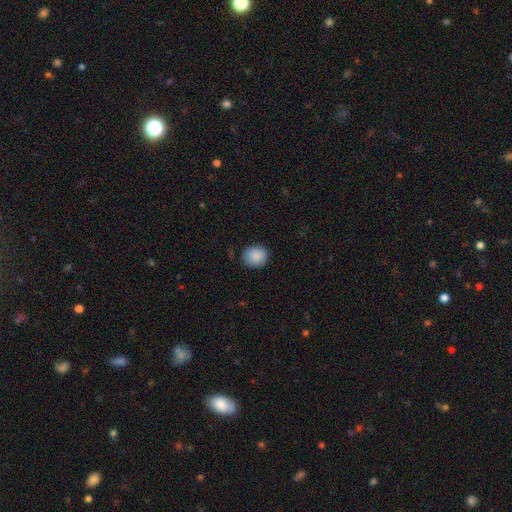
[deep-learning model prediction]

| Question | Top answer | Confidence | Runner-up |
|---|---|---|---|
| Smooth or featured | smooth | 89% | star or artifact (8%) |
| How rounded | round | 75% | in between (24%) |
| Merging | none | 83% | minor disturbance (13%) |